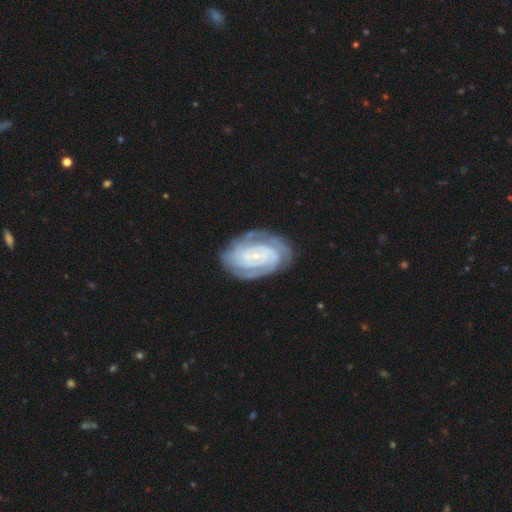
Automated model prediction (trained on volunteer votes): Smooth or featured? featured or disk (87%)
Edge-on disk? no (97%)
Bar? no (60%)
Spiral arms? yes (97%)
Spiral winding? tight (79%)
Spiral arm count? 2 (30%)
Bulge size? small (82%)
Merging? none (77%)